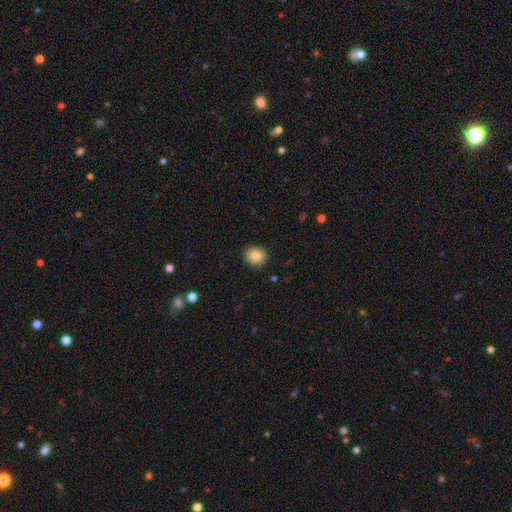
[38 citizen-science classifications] Smooth or featured: smooth — 79% (featured or disk — 16%)
How rounded: round — 90% (in between — 10%)
Merging: none — 94% (minor disturbance — 6%)